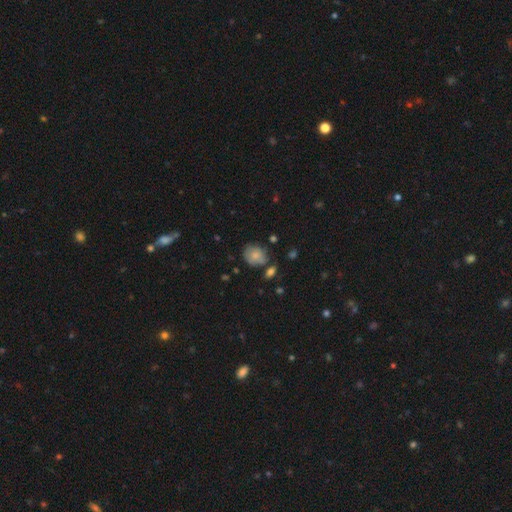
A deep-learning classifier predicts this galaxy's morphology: smooth_or_featured: smooth (p=0.75) [alt: featured or disk p=0.16]
how_rounded: round (p=0.64) [alt: in between p=0.35]
merging: none (p=0.57) [alt: minor disturbance p=0.27]